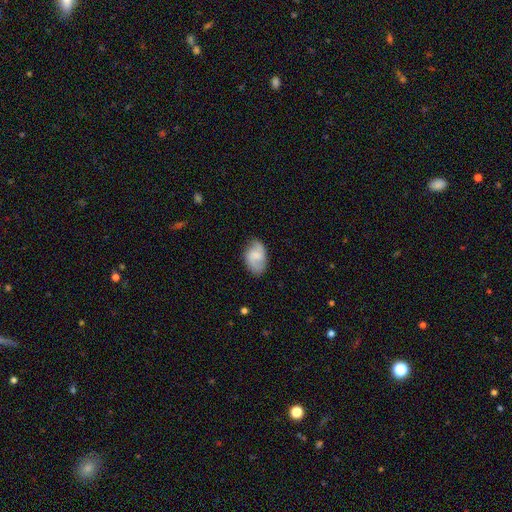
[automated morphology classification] type=smooth (49%); merging=none (77%).